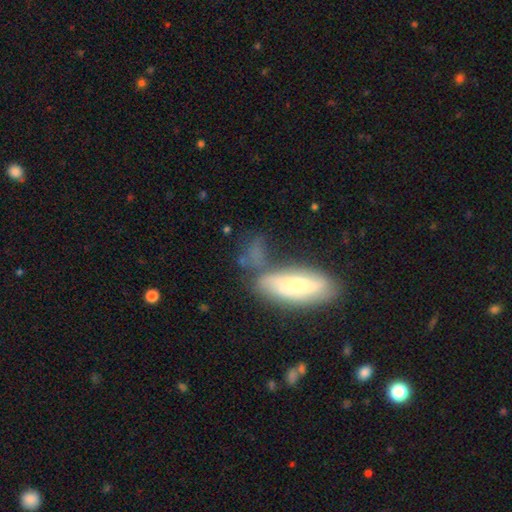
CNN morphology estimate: smooth-or-featured: smooth: 50% | featured or disk: 40% | star or artifact: 10%
  merging: none: 44% | merger: 24% | minor disturbance: 20% | major disturbance: 13%